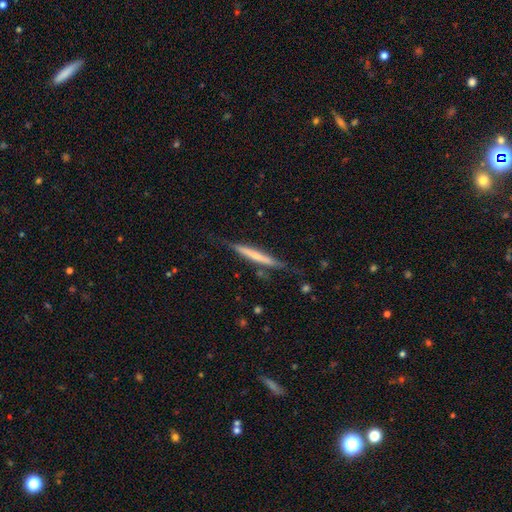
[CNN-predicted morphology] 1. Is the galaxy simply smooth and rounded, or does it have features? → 48% featured or disk, 47% smooth, 6% star or artifact.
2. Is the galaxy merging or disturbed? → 74% none, 19% minor disturbance, 4% major disturbance, 3% merger.